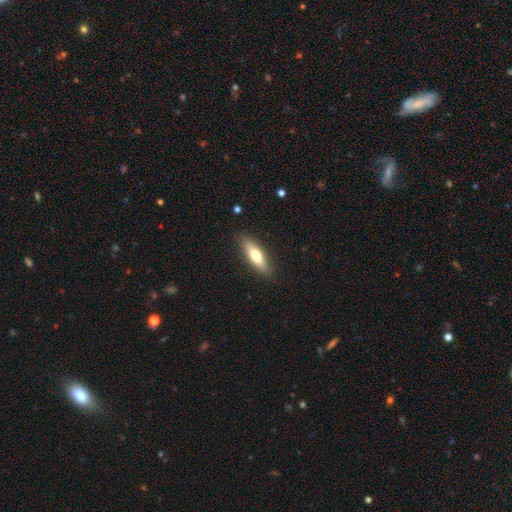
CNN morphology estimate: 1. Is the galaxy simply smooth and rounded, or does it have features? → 60% smooth, 34% featured or disk, 6% star or artifact.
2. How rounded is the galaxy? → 55% cigar-shaped, 43% in between, 2% round.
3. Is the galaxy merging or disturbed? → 86% none, 10% minor disturbance, 2% major disturbance, 1% merger.